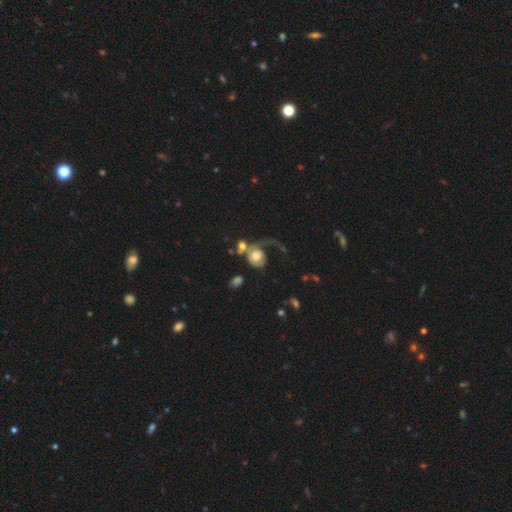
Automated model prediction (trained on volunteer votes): Overall: smooth (48%; featured or disk 43%). Merging: major disturbance (41%; none 24%).